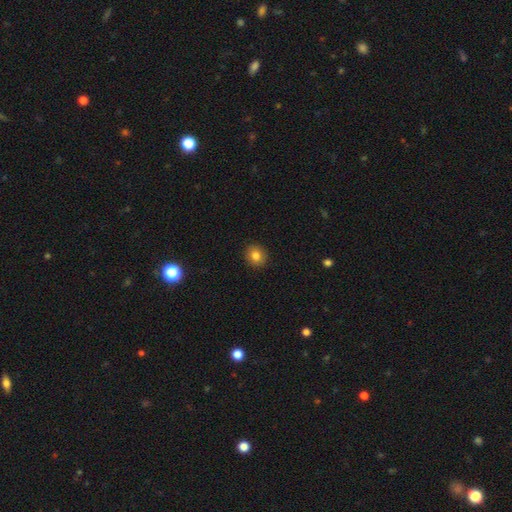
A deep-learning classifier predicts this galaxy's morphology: Q: Smooth or featured?
A: smooth (82%); runner-up: star or artifact (11%)
Q: How rounded?
A: round (83%); runner-up: in between (16%)
Q: Merging?
A: none (92%); runner-up: minor disturbance (6%)